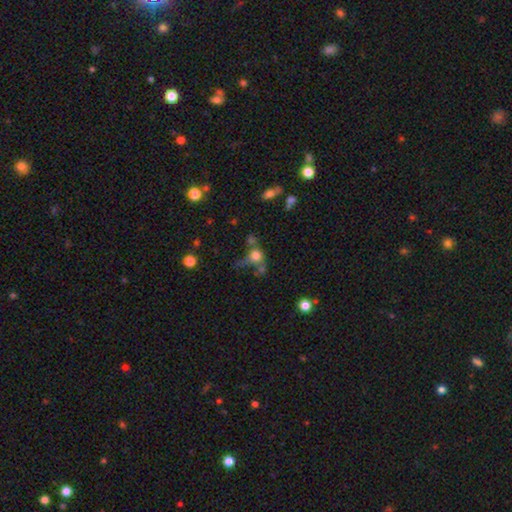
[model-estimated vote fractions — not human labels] Morphology: type=smooth (70%); roundness=round (81%); merging=none (40%).